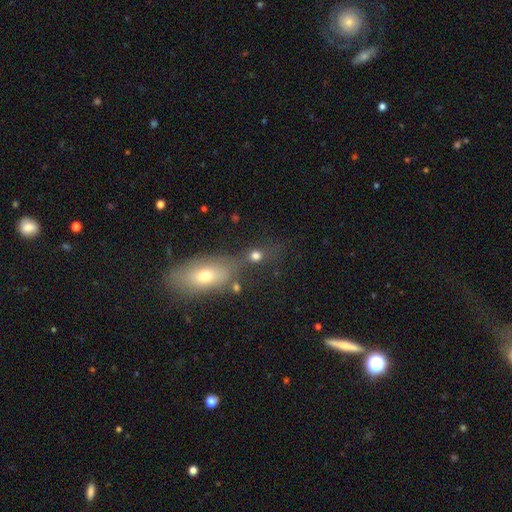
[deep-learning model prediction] Morphology: type=smooth (73%); roundness=round (63%); merging=none (52%).